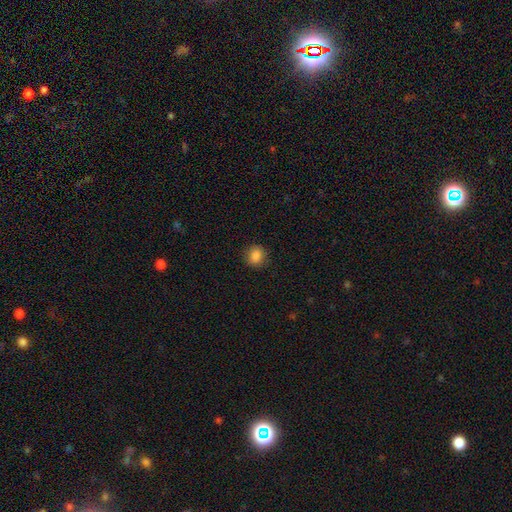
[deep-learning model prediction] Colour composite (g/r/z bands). It shows a smooth galaxy with no disk features (86%) that is round (76%). Merging: none (87%).